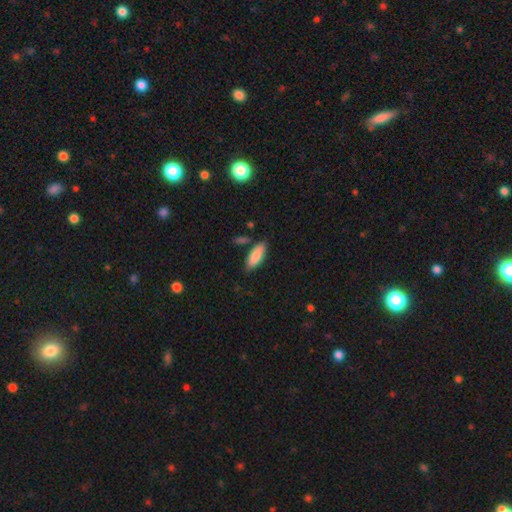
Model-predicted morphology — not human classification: smooth_or_featured: smooth (p=0.87) [alt: featured or disk p=0.08]
how_rounded: in between (p=0.72) [alt: cigar-shaped p=0.26]
merging: none (p=0.78) [alt: minor disturbance p=0.14]